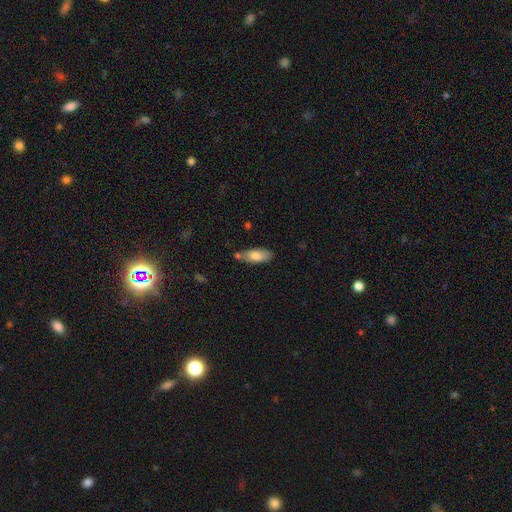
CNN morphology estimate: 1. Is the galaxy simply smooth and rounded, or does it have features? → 77% smooth, 16% featured or disk, 6% star or artifact.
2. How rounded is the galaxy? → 81% in between, 17% cigar-shaped, 2% round.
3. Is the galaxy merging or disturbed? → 63% none, 21% minor disturbance, 12% merger, 4% major disturbance.